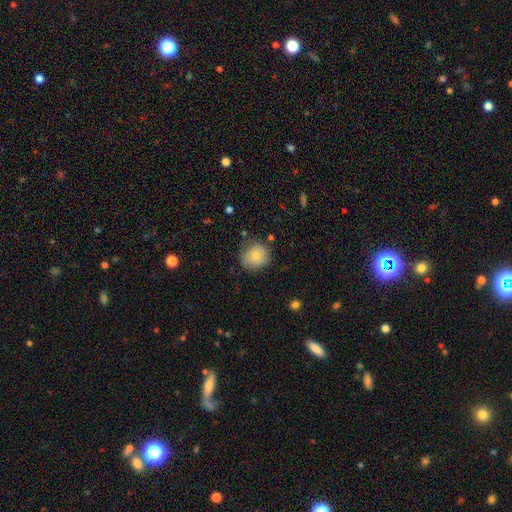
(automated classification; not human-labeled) smooth-or-featured: smooth: 80% | featured or disk: 12% | star or artifact: 9%
  how-rounded: round: 89% | in between: 10% | cigar-shaped: 1%
  merging: none: 74% | minor disturbance: 19% | major disturbance: 5% | merger: 2%